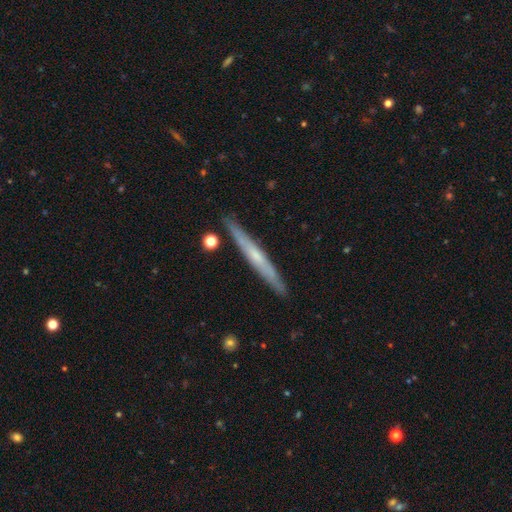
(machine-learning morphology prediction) smooth-or-featured: featured or disk: 57% | smooth: 38% | star or artifact: 6%
  disk-edge-on: yes: 95% | no: 5%
    edge-on-bulge: none: 56% | rounded: 39% | boxy: 5%
  merging: none: 89% | minor disturbance: 8% | merger: 2% | major disturbance: 1%